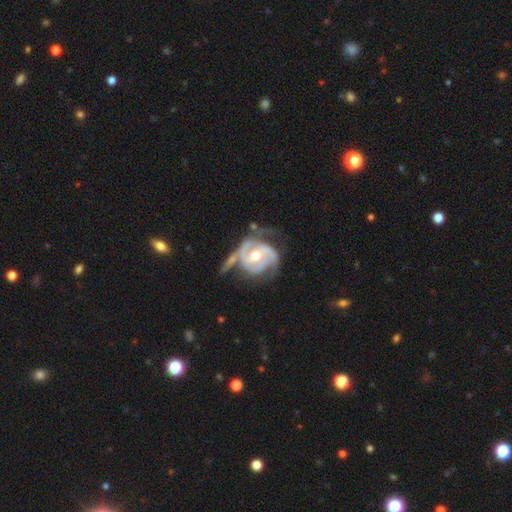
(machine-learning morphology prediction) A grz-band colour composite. It shows a featured or disk galaxy (90%) with no bar (44%), 2 (49%) tight (47%) spiral arms (96%) and a moderate central bulge (72%). Merging: none (41%).